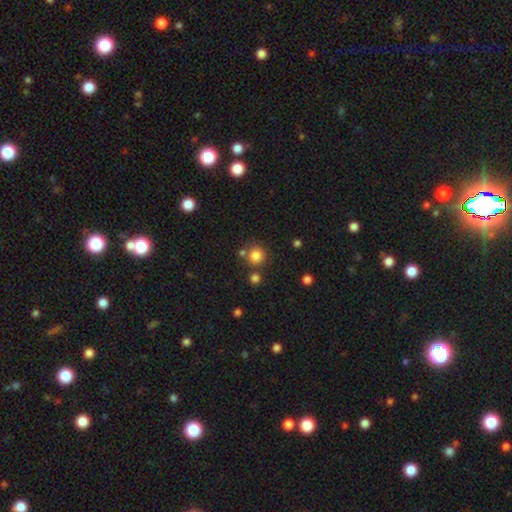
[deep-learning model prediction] Smooth or featured: smooth — 82% (star or artifact — 12%)
How rounded: round — 91% (in between — 8%)
Merging: none — 72% (merger — 14%)